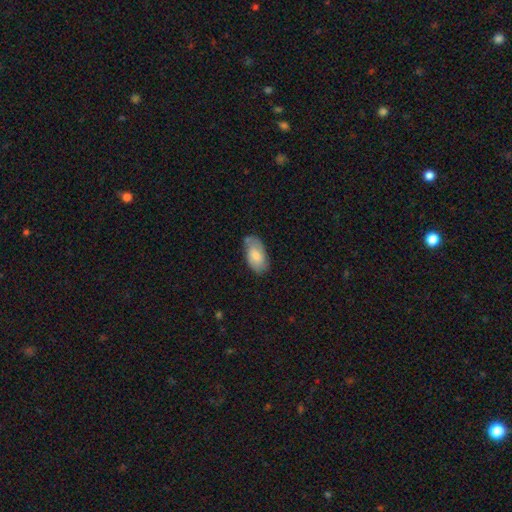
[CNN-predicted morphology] A smooth galaxy with no disk features (75%) that is in between round and cigar-shaped (95%).

Vote fractions:
- Smooth or featured? smooth: 75% / featured or disk: 19% / star or artifact: 6%
- How rounded? in between: 95% / round: 3% / cigar-shaped: 2%
- Merging? none: 63% / minor disturbance: 26% / major disturbance: 6% / merger: 5%